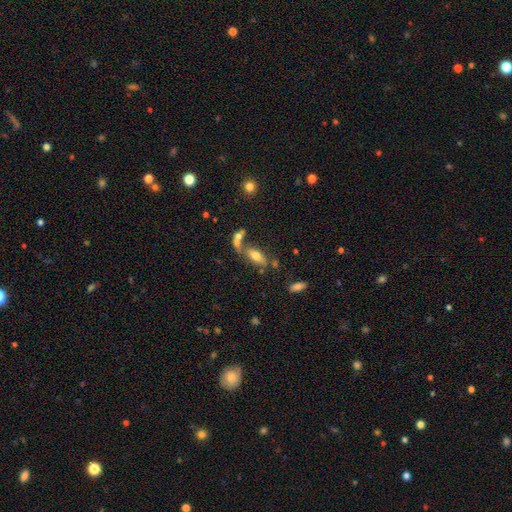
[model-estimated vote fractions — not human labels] A smooth galaxy with no disk features (62%) that is in between round and cigar-shaped (75%). Merging: none (52%).